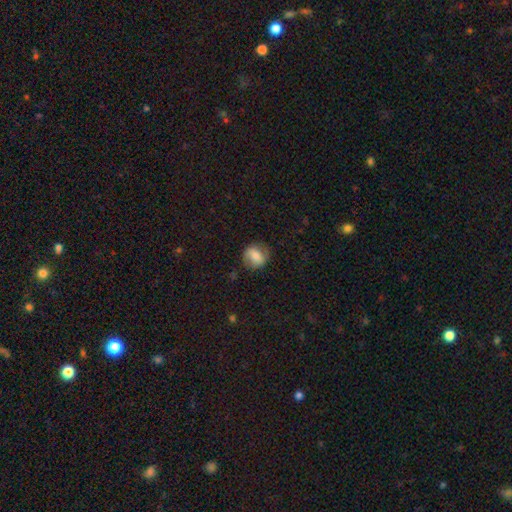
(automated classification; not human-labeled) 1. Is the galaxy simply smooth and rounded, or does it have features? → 67% smooth, 24% featured or disk, 9% star or artifact.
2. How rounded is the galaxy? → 72% round, 26% in between, 1% cigar-shaped.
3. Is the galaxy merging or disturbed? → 75% none, 18% minor disturbance, 6% major disturbance, 1% merger.